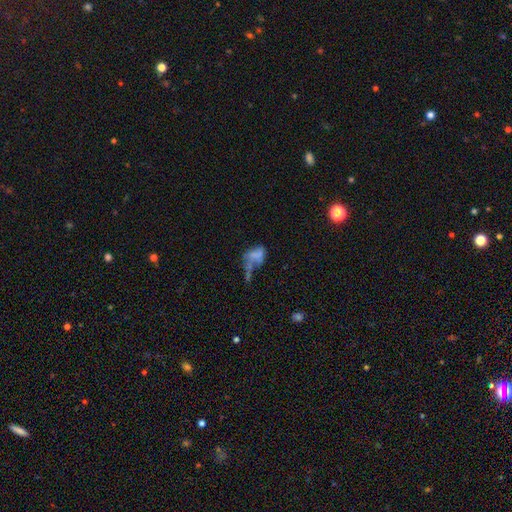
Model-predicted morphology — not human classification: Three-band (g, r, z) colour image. It shows a smooth galaxy with no disk features (43%). Merging: major disturbance (41%).